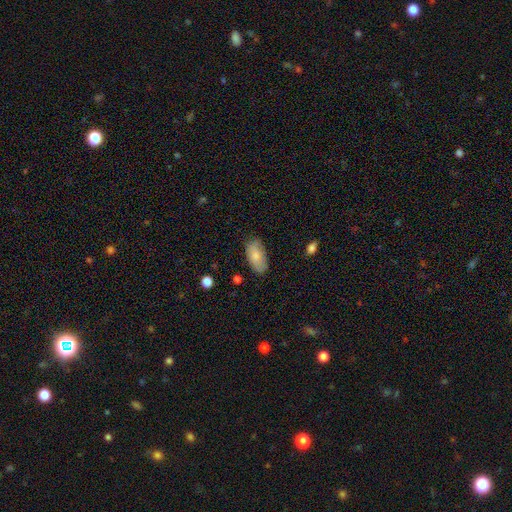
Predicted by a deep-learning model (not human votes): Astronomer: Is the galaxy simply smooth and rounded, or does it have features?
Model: smooth — 80%.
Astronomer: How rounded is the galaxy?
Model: in between — 94%.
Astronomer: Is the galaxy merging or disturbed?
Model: none — 79%.